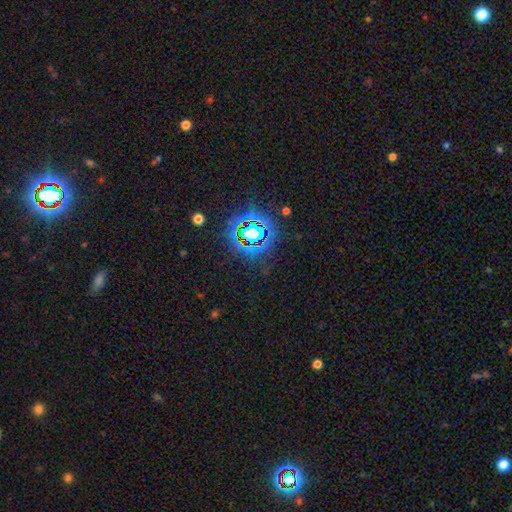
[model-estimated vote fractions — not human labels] The model was most divided on "smooth or featured": star or artifact: 81%, smooth: 11%, featured or disk: 8%.